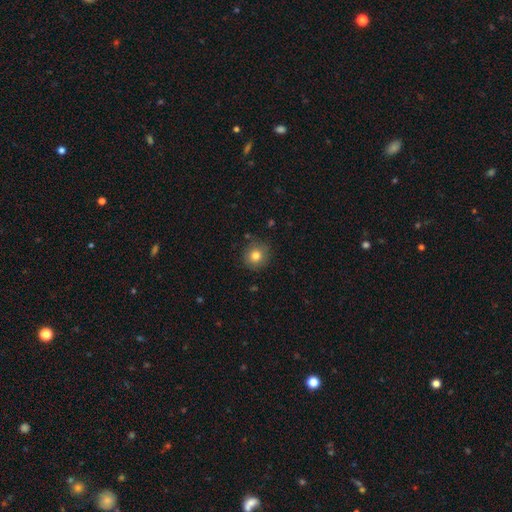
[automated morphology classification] A smooth galaxy with no disk features (80%) that is round (91%).

Vote fractions:
- Smooth or featured? smooth: 80% / star or artifact: 11% / featured or disk: 9%
- How rounded? round: 91% / in between: 8% / cigar-shaped: 1%
- Merging? none: 85% / minor disturbance: 11% / major disturbance: 2% / merger: 2%